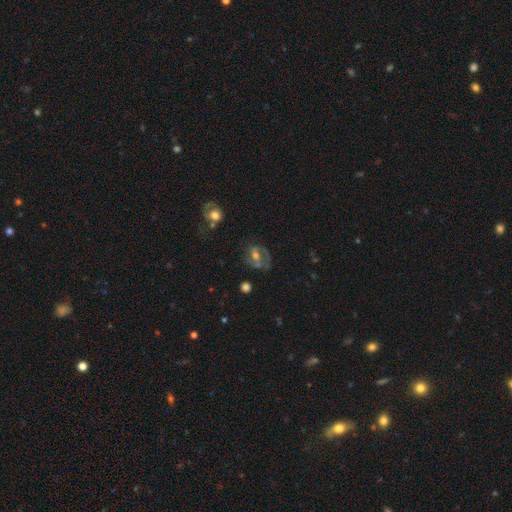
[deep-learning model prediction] This is likely a featured or disk galaxy (62%). It is clearly not viewed edge-on (96%). Bar: marginally no (43%). Spiral arm pattern: likely yes (62%). Central bulge: possibly moderate (57%). Merging: possibly none (56%).